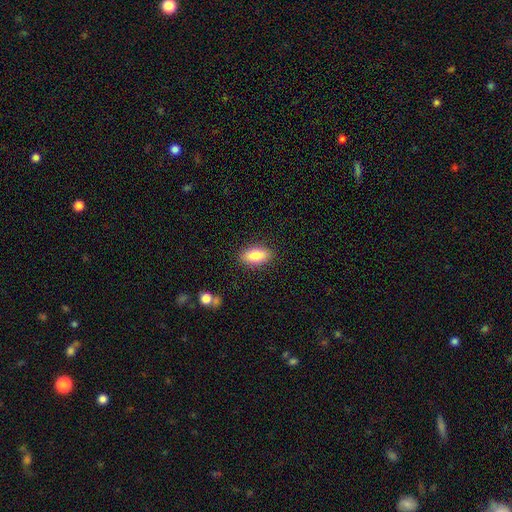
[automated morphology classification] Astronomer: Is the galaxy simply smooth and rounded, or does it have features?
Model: smooth — 81%.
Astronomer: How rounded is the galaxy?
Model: in between — 88%.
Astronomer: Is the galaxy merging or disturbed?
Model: none — 87%.